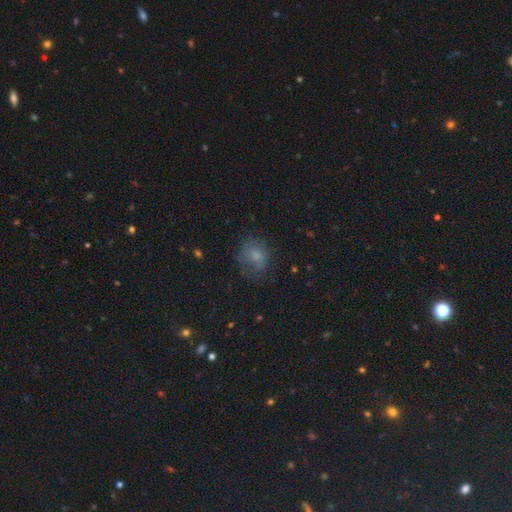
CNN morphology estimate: smooth-or-featured: smooth: 65% | featured or disk: 18% | star or artifact: 16%
  how-rounded: round: 63% | in between: 36% | cigar-shaped: 1%
  merging: none: 55% | minor disturbance: 24% | major disturbance: 19% | merger: 2%